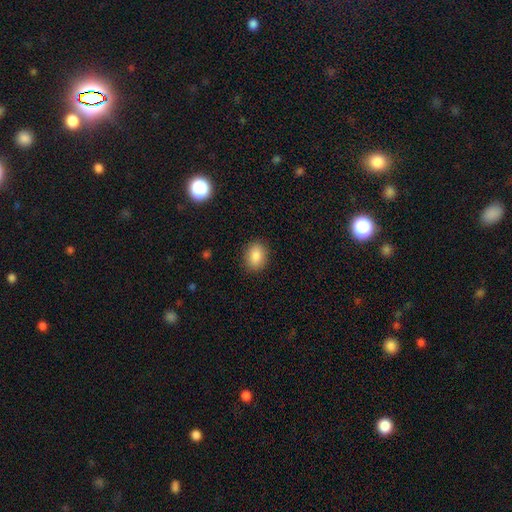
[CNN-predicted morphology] Smooth or featured? smooth (87%)
How rounded? in between (70%)
Merging? none (87%)